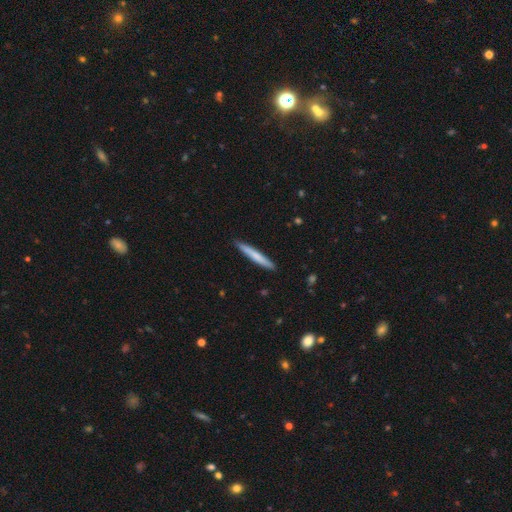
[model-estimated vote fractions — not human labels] A smooth galaxy with no disk features (68%) that is cigar-shaped (96%). Merging: none (91%).